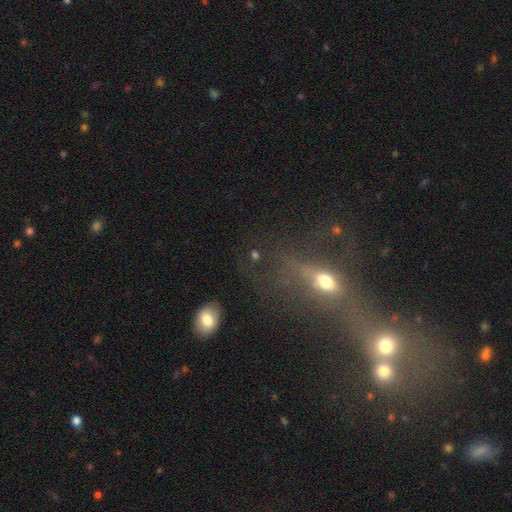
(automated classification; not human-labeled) A smooth galaxy with no disk features (46%). Merging: none (52%).